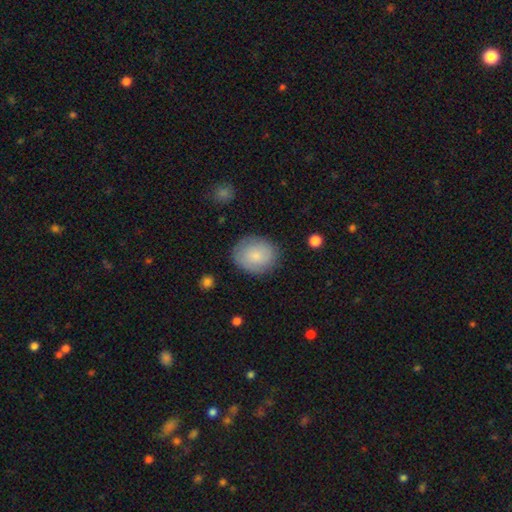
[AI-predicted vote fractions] Smooth or featured: smooth — 78% (featured or disk — 15%)
How rounded: round — 57% (in between — 42%)
Merging: none — 81% (minor disturbance — 14%)